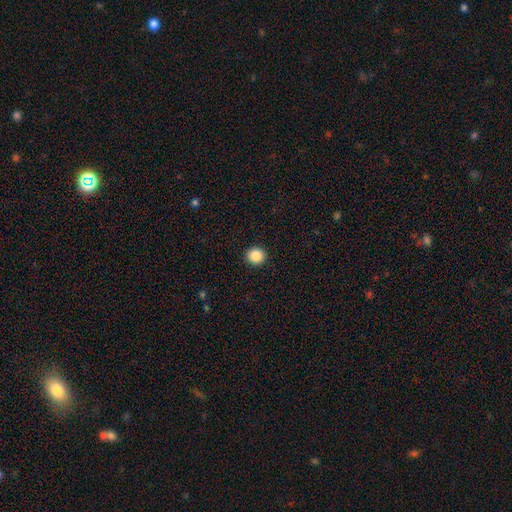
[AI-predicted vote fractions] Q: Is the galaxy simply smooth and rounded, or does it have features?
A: smooth — 87%.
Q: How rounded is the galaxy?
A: round — 92%.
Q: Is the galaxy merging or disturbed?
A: none — 93%.